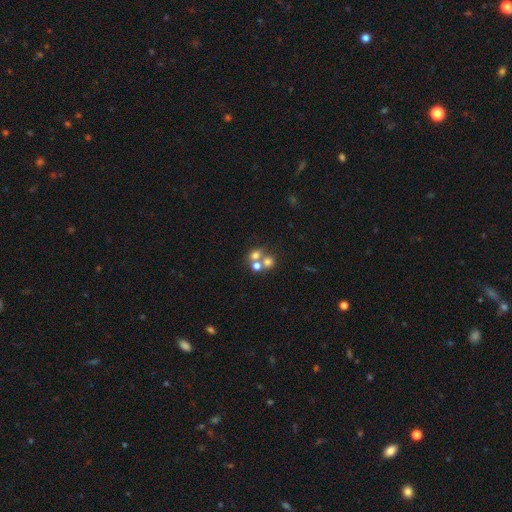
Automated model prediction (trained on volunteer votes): Q: Smooth or featured?
A: smooth (64%); runner-up: featured or disk (19%)
Q: How rounded?
A: round (73%); runner-up: in between (26%)
Q: Merging?
A: merger (52%); runner-up: none (37%)